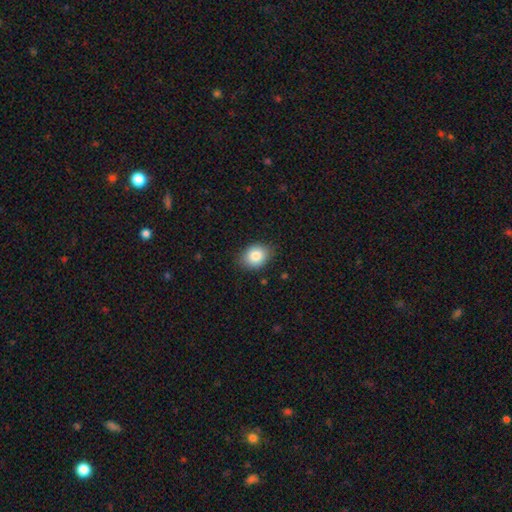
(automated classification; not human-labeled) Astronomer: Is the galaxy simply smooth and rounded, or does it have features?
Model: smooth — 84%.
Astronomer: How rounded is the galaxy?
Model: in between — 54% (runner-up: round, 45%).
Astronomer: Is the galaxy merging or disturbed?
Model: none — 82%.